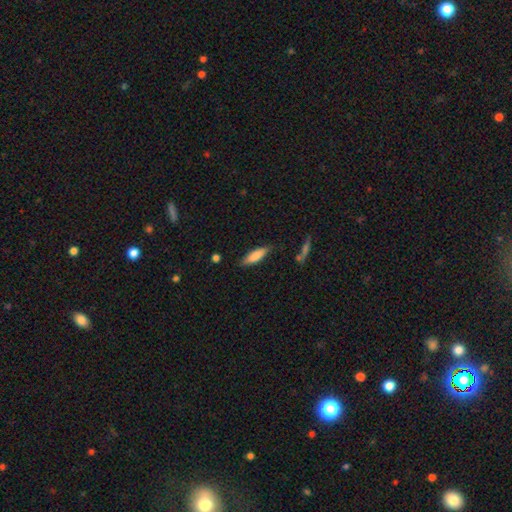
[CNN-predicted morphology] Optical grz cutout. It shows a smooth galaxy with no disk features (78%) that is cigar-shaped (51%). Merging: none (81%).